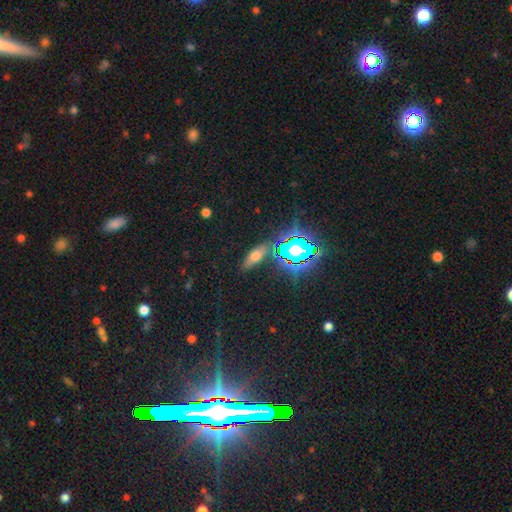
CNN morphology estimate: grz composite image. It shows a smooth galaxy with no disk features (54%) that is in between round and cigar-shaped (59%). Merging: none (78%).